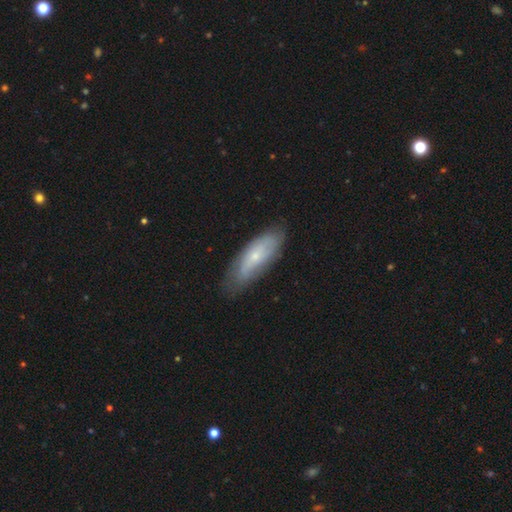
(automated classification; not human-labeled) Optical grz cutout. It shows a smooth galaxy with no disk features (49%). Merging: none (73%).